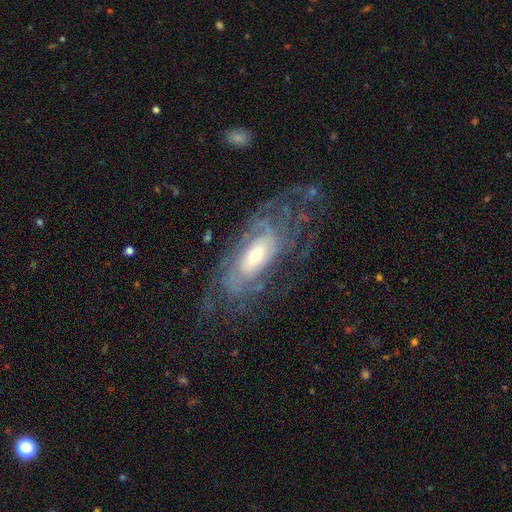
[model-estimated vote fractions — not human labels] A featured or disk galaxy (83%) with no bar (60%), tight (60%) spiral arms (92%) and a moderate central bulge (53%).

Vote fractions:
- Smooth or featured? featured or disk: 83% / smooth: 11% / star or artifact: 6%
- Edge-on disk? no: 90% / yes: 10%
- Bar? no: 60% / weak: 28% / strong: 12%
- Spiral arms? yes: 92% / no: 8%
- Spiral winding? tight: 60% / medium: 29% / loose: 11%
- Spiral arm count? can't tell: 47% / 2: 15% / 3: 12% / 4: 12% / more than 4: 8% / 1: 6%
- Bulge size? moderate: 53% / small: 34% / large: 10% / dominant: 2% / none: 1%
- Merging? none: 63% / minor disturbance: 18% / major disturbance: 17% / merger: 2%